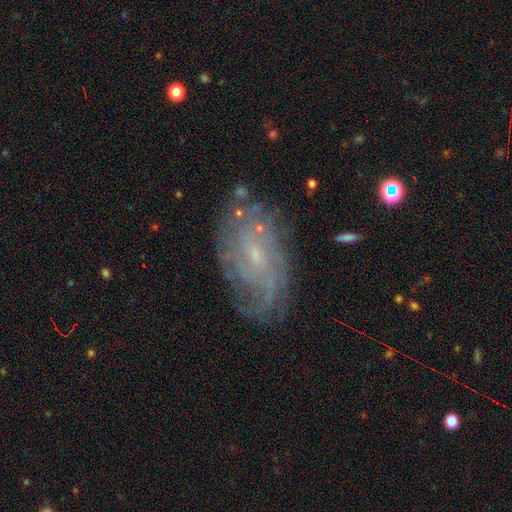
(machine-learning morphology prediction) Smooth or featured? featured or disk (73%)
Edge-on disk? no (95%)
Bar? no (57%)
Spiral arms? yes (85%)
Spiral winding? tight (58%)
Spiral arm count? can't tell (55%)
Bulge size? small (70%)
Merging? none (73%)